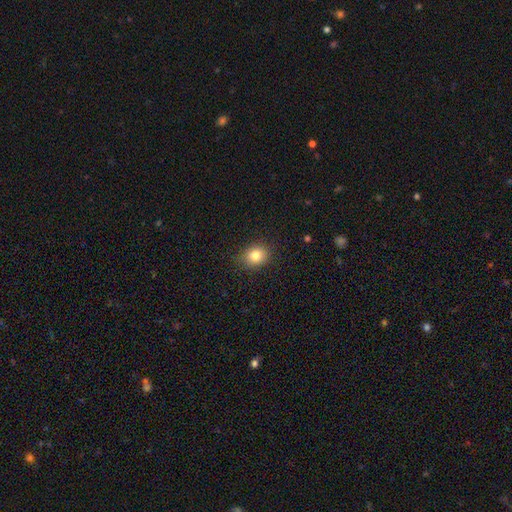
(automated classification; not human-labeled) Smooth or featured? smooth (81%)
How rounded? round (67%)
Merging? none (88%)